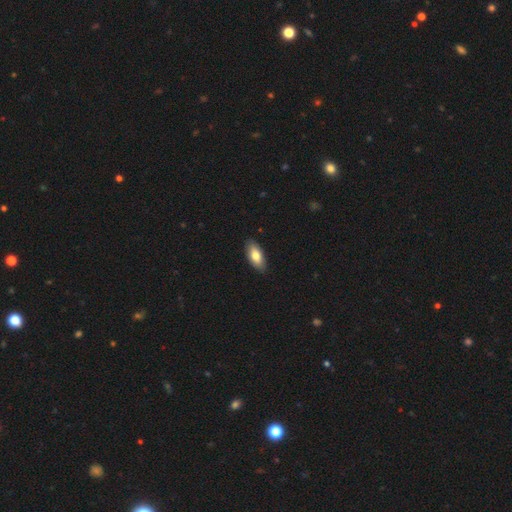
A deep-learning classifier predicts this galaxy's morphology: This is likely a smooth galaxy (77%). How rounded: clearly in between (89%). Merging: clearly none (88%).